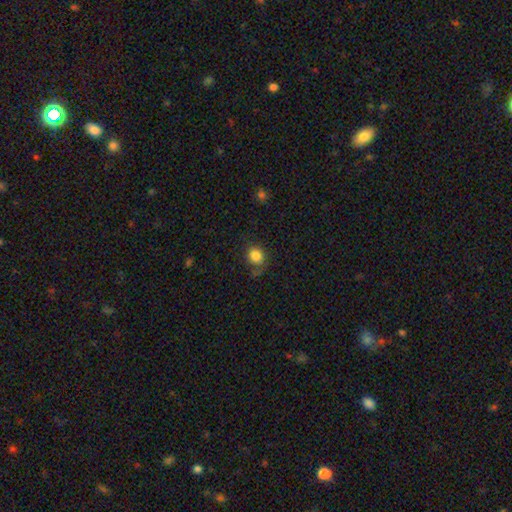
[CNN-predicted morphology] Smooth or featured?
  - smooth: 84% *
  - star or artifact: 11%
  - featured or disk: 6%
How rounded?
  - round: 70% *
  - in between: 29%
  - cigar-shaped: 1%
Merging?
  - none: 72% *
  - minor disturbance: 18%
  - major disturbance: 7%
  - merger: 3%